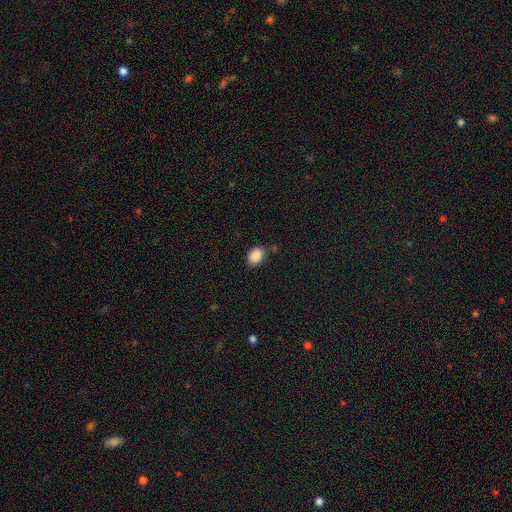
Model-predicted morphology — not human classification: Smooth or featured: smooth — 88% (star or artifact — 8%)
How rounded: in between — 76% (round — 23%)
Merging: none — 82% (minor disturbance — 12%)